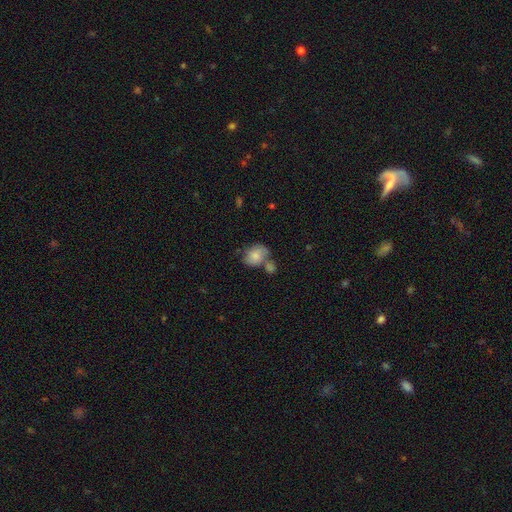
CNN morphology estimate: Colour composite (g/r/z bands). It shows a smooth galaxy with no disk features (75%) that is in between round and cigar-shaped (57%). Merging: none (38%).